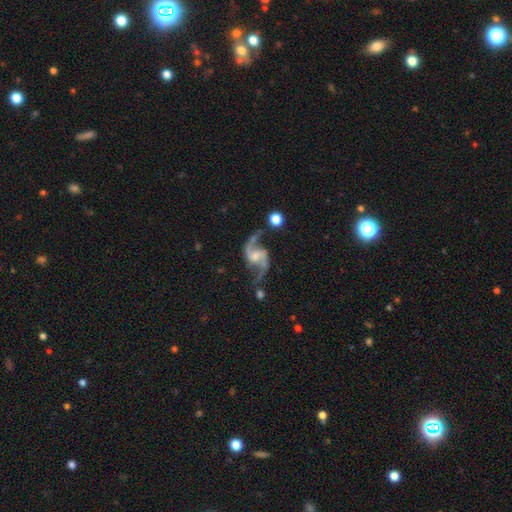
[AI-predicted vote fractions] Overall: featured or disk (92%). Edge-on disk: no (98%). Bar: weak (46%; no 37%). Spiral arms: yes (98%). Spiral arm count: 2 (94%). Spiral winding: loose (70%). Bulge size: small (37%; moderate 35%). Merging: none (71%).